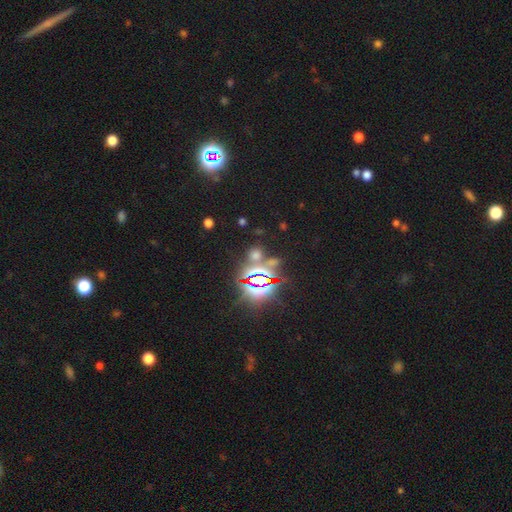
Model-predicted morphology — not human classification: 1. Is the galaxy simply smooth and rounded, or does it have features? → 61% star or artifact, 32% smooth, 7% featured or disk.